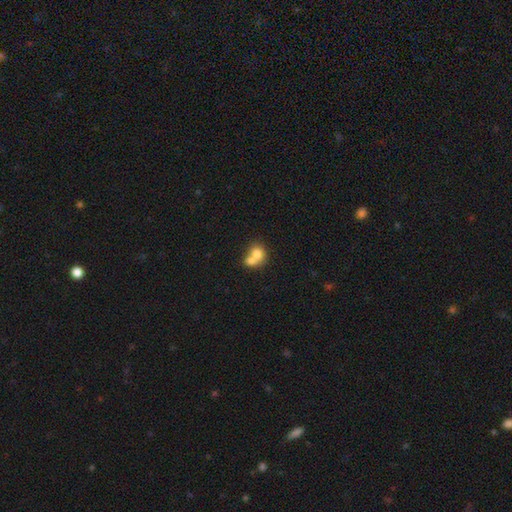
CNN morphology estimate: type=smooth (72%); roundness=round (64%); merging=merger (69%).